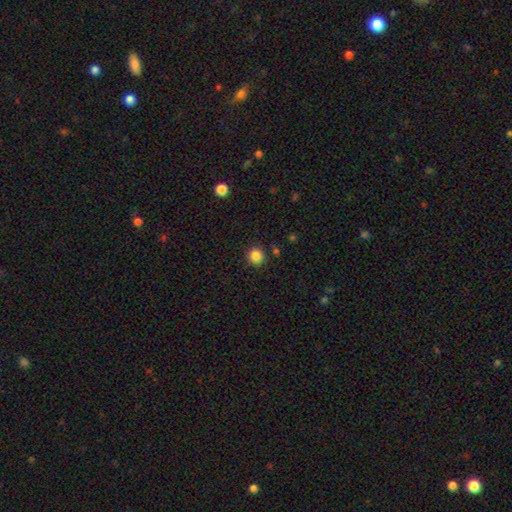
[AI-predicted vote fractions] Overall: smooth (86%). How rounded: round (93%). Merging: none (89%).